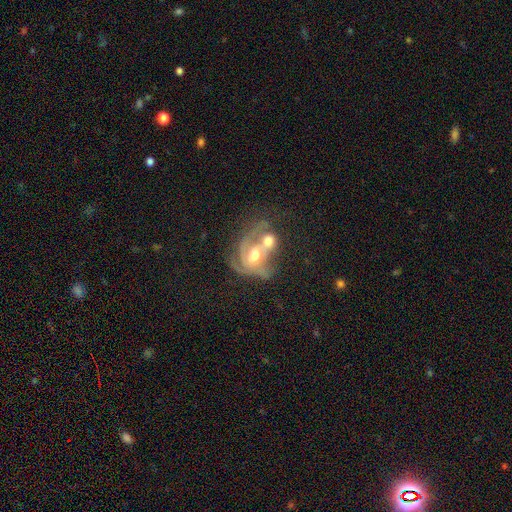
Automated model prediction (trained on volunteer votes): Smooth or featured? featured or disk (67%)
Edge-on disk? no (96%)
Bar? no (65%)
Spiral arms? yes (73%)
Bulge size? moderate (64%)
Merging? merger (71%)